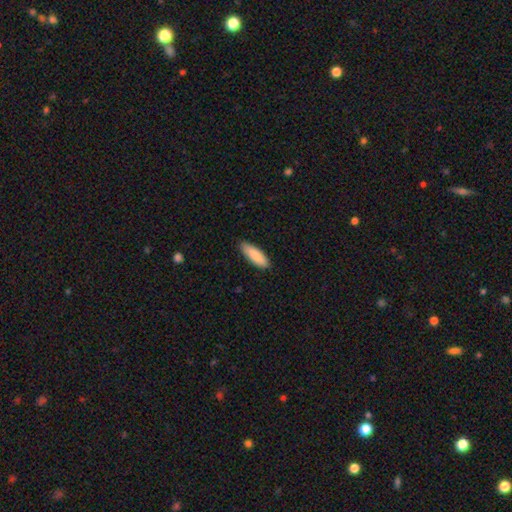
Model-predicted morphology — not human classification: smooth_or_featured: smooth (p=0.84) [alt: featured or disk p=0.10]
how_rounded: in between (p=0.56) [alt: cigar-shaped p=0.43]
merging: none (p=0.87) [alt: minor disturbance p=0.10]